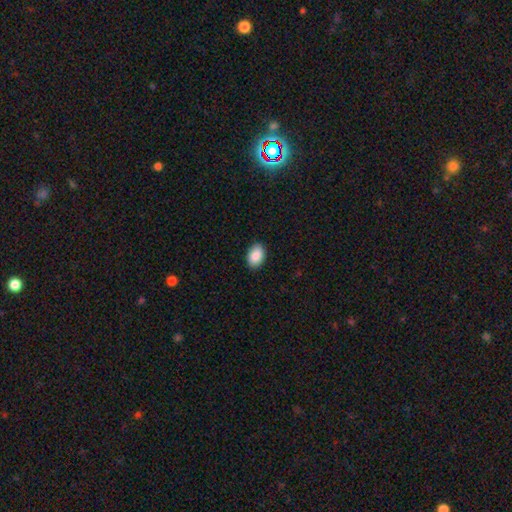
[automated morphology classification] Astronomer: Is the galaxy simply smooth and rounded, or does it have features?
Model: smooth — 89%.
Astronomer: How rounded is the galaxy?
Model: in between — 87%.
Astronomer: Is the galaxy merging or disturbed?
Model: none — 89%.